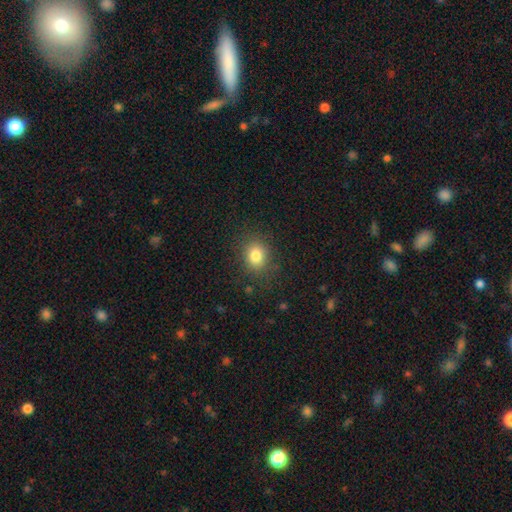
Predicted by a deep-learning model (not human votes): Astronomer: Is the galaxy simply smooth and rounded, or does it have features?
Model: smooth — 81%.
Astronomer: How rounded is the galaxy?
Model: round — 54% (runner-up: in between, 45%).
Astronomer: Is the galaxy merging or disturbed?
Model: none — 83%.